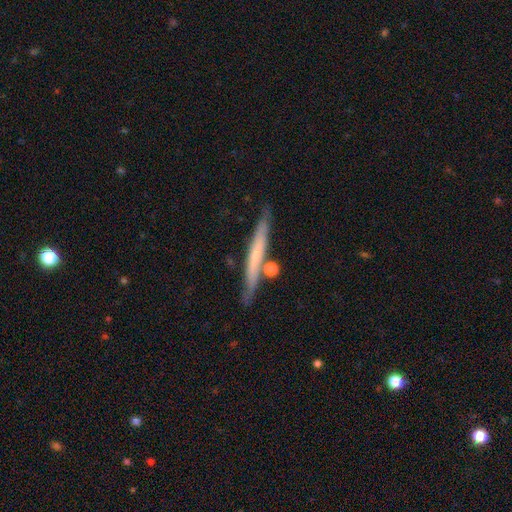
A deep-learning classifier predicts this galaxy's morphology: Smooth or featured? Predicted: smooth (p=0.49). Merging? Predicted: none (p=0.78).